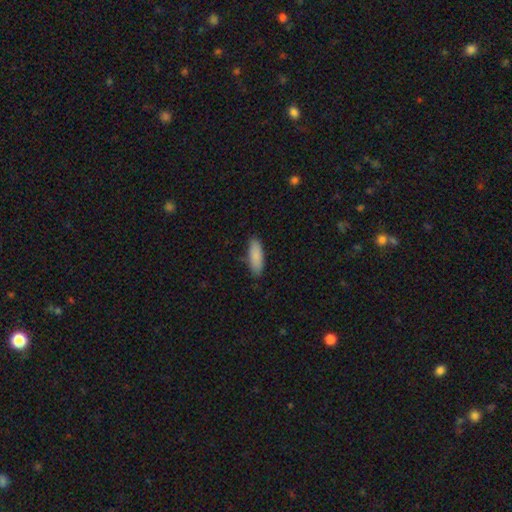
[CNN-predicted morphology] Overall: smooth (88%). How rounded: in between (61%; cigar-shaped 38%). Merging: none (82%).